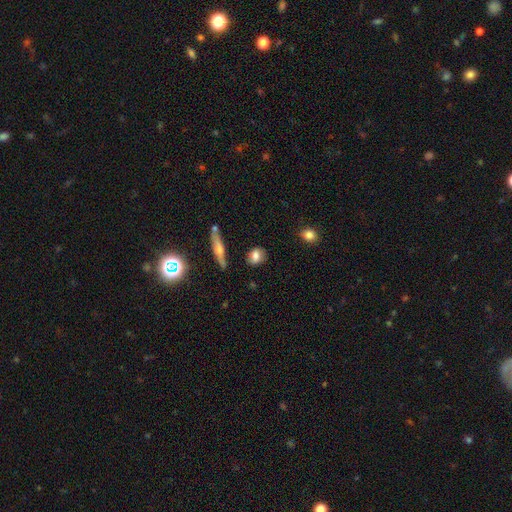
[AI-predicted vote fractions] The model was most divided on "how rounded": in between: 49%, round: 47%, cigar-shaped: 4%. More confident: merging — none (80%); smooth or featured — smooth (76%).